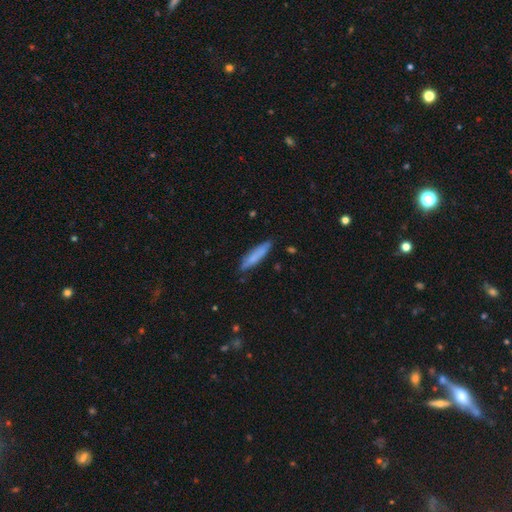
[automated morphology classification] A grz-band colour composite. It shows a smooth galaxy with no disk features (76%) that is cigar-shaped (86%). Merging: none (83%).